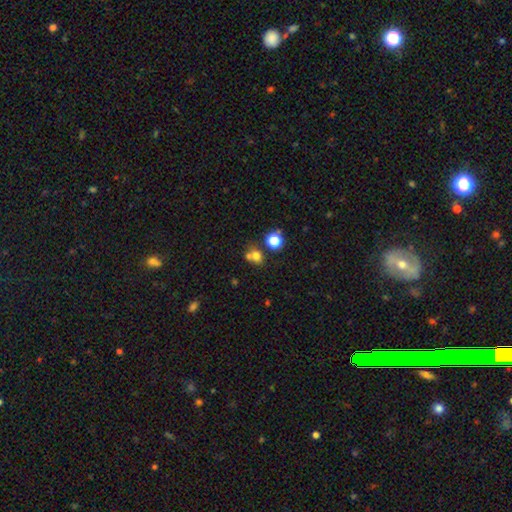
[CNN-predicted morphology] Smooth or featured? smooth (69%)
How rounded? round (72%)
Merging? none (47%)